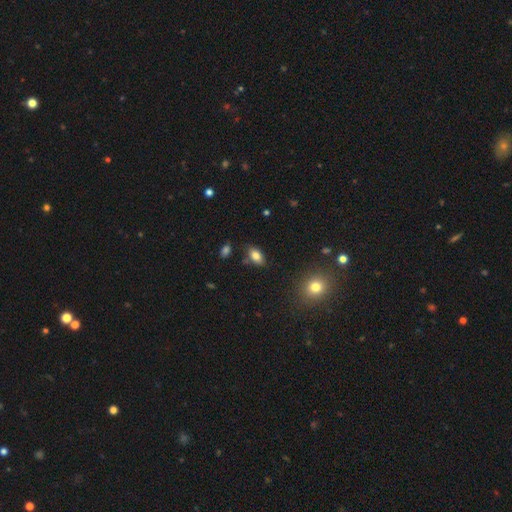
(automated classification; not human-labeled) smooth-or-featured: smooth: 81% | featured or disk: 10% | star or artifact: 9%
  how-rounded: in between: 91% | round: 6% | cigar-shaped: 3%
  merging: none: 79% | minor disturbance: 13% | merger: 5% | major disturbance: 3%